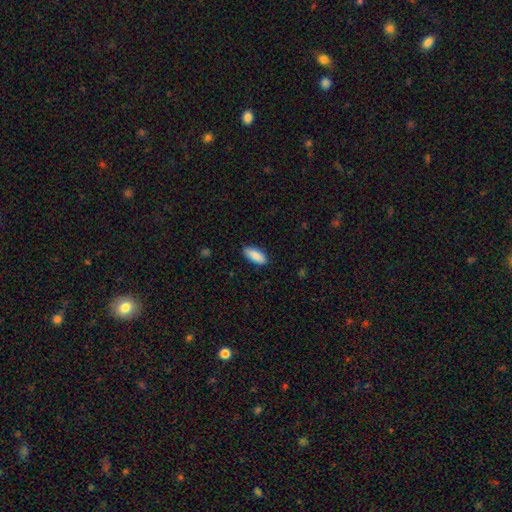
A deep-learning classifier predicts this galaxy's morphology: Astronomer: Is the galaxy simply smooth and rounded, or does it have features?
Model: smooth — 89%.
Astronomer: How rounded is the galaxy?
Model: in between — 85%.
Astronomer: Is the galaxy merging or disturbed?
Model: none — 87%.